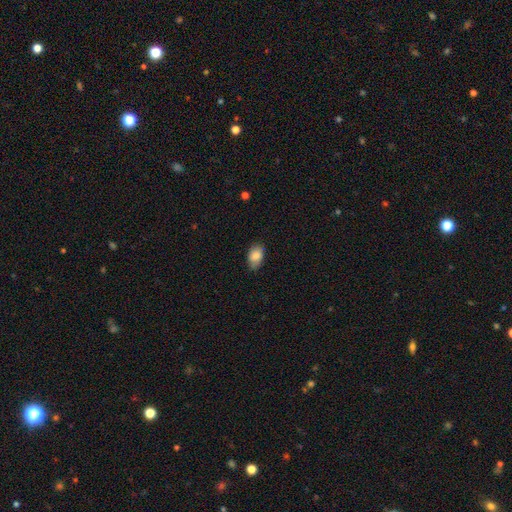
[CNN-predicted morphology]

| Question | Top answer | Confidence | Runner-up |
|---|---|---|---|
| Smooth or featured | smooth | 83% | featured or disk (10%) |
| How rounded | in between | 90% | round (8%) |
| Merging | none | 78% | minor disturbance (18%) |